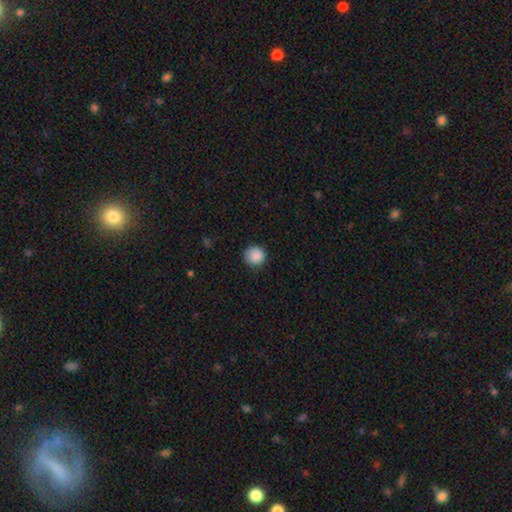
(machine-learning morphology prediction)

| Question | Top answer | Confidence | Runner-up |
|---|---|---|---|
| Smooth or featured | smooth | 88% | star or artifact (9%) |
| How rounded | round | 94% | in between (5%) |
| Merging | none | 86% | minor disturbance (11%) |